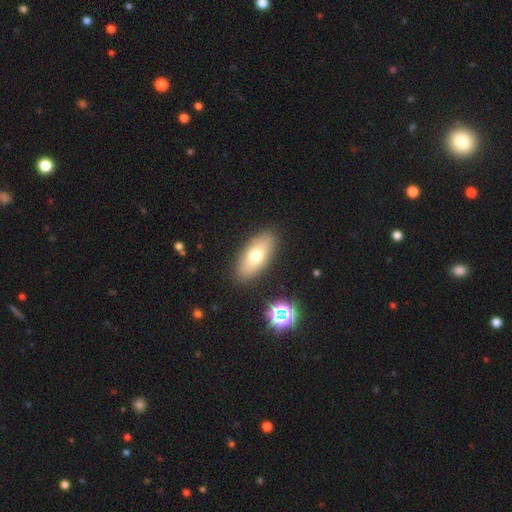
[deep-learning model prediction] smooth 68%, featured or disk 23%, star or artifact 9%. Down the decision tree: how rounded — in between (85%); merging — none (88%).